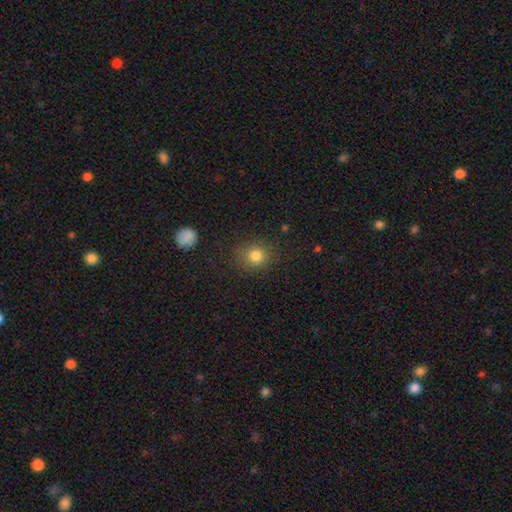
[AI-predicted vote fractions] Smooth or featured? smooth (80%)
How rounded? round (81%)
Merging? none (86%)